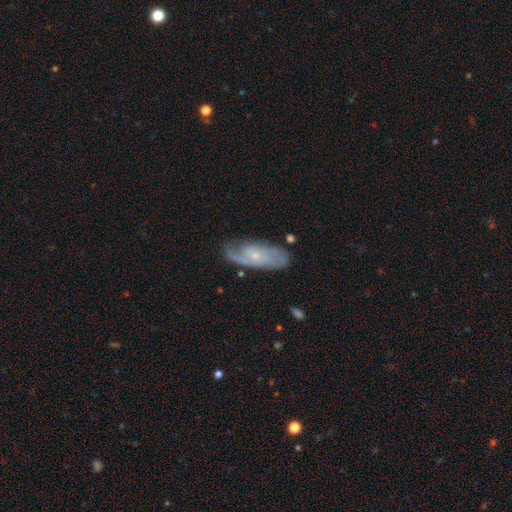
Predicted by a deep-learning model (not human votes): A featured or disk galaxy (75%) with no bar (73%), 2 (50%) medium (42%) spiral arms (90%) and a small central bulge (76%). Merging: none (68%).